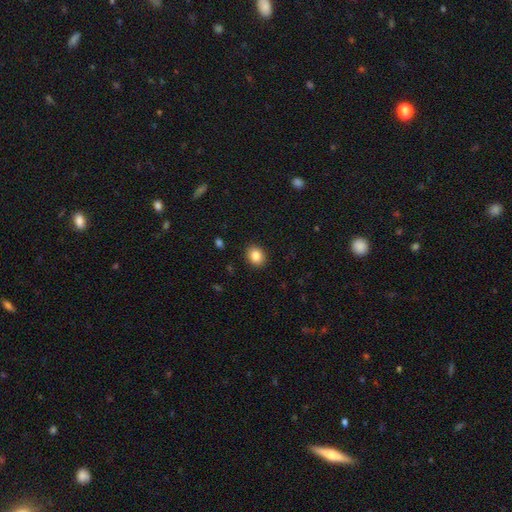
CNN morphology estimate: smooth 85%, star or artifact 9%, featured or disk 6%. Down the decision tree: how rounded — round (53%); merging — none (90%).